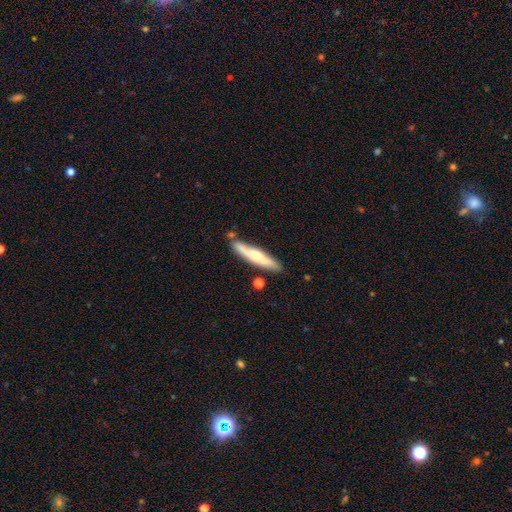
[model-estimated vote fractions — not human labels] Smooth or featured?
  - smooth: 50% *
  - featured or disk: 45%
  - star or artifact: 5%
Merging?
  - none: 75% *
  - minor disturbance: 15%
  - merger: 7%
  - major disturbance: 3%